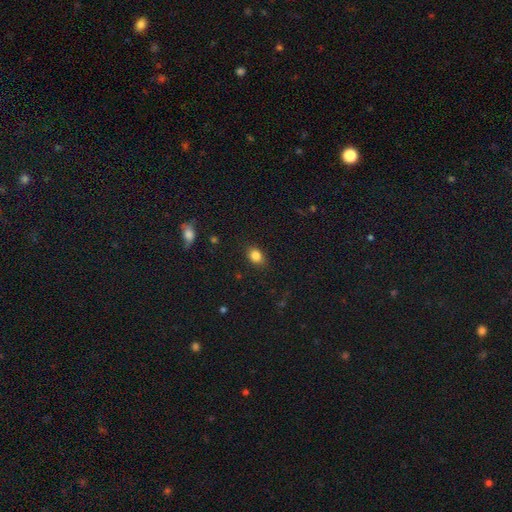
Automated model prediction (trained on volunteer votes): This is clearly a smooth galaxy (84%). How rounded: likely in between (68%). Merging: clearly none (87%).